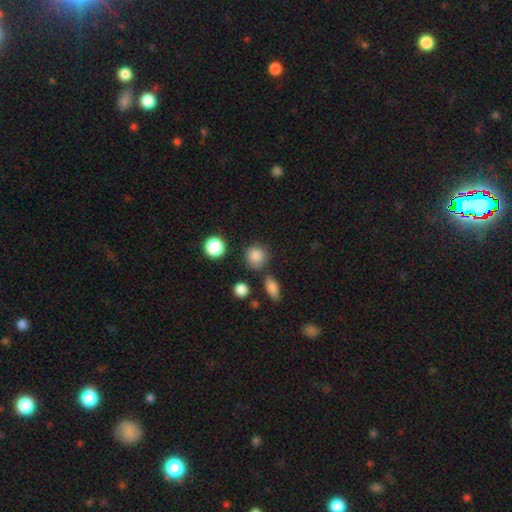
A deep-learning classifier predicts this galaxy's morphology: smooth_or_featured: smooth (p=0.85) [alt: star or artifact p=0.10]
how_rounded: round (p=0.87) [alt: in between p=0.11]
merging: none (p=0.76) [alt: minor disturbance p=0.13]